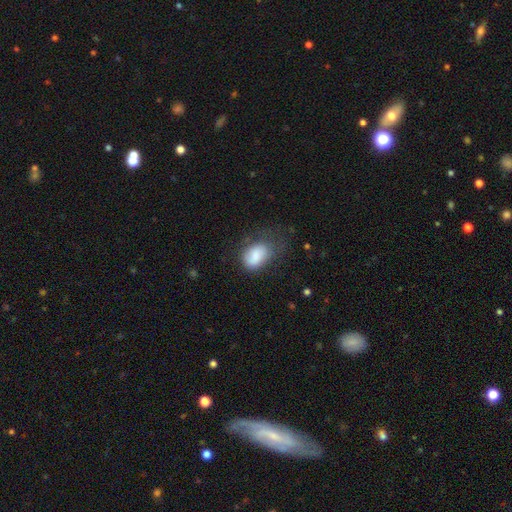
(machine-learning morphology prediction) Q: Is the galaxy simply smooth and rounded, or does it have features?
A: smooth — 81%.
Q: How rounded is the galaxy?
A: in between — 82%.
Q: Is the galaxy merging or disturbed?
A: none — 40%.